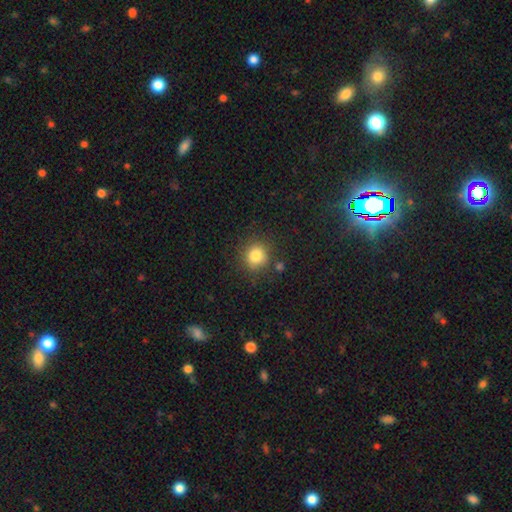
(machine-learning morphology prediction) A smooth galaxy with no disk features (82%) that is round (86%). Merging: none (82%).